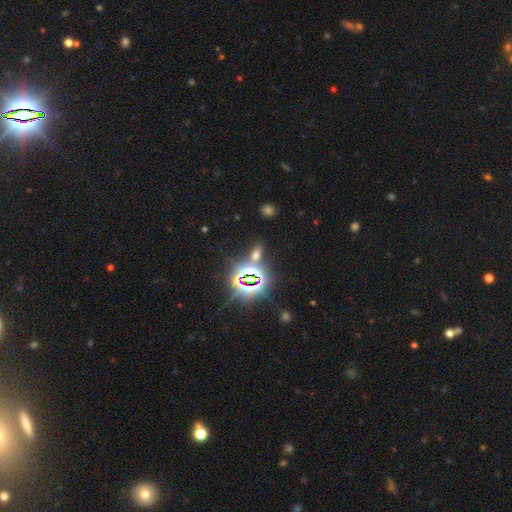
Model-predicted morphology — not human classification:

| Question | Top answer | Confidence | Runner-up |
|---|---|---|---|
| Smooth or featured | star or artifact | 54% | smooth (38%) |